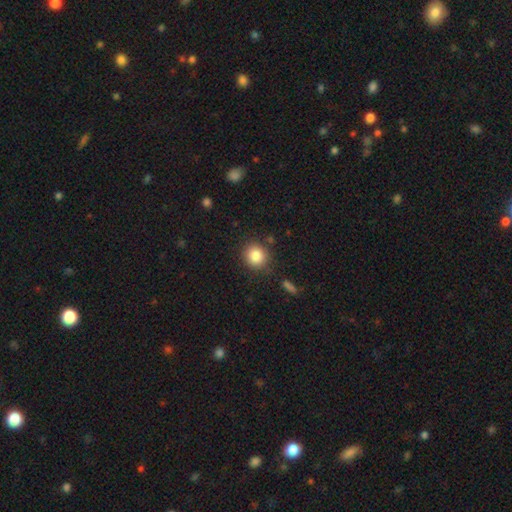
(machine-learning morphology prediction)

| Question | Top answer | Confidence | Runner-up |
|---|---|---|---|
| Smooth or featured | smooth | 85% | star or artifact (10%) |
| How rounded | round | 86% | in between (13%) |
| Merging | none | 85% | minor disturbance (9%) |